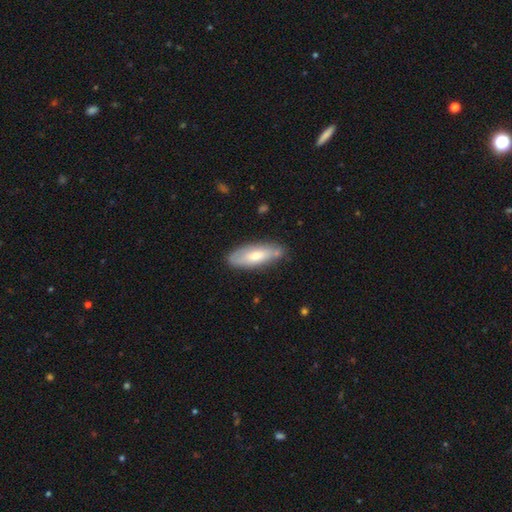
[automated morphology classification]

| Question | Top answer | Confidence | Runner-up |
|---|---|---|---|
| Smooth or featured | smooth | 59% | featured or disk (35%) |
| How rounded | in between | 67% | cigar-shaped (31%) |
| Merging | none | 78% | minor disturbance (16%) |